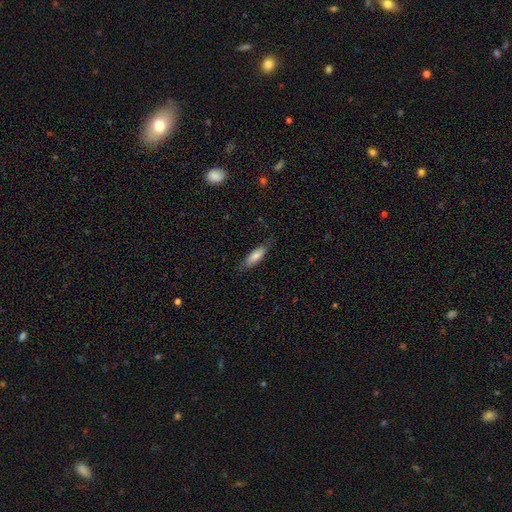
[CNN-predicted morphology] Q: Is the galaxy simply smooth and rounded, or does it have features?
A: smooth — 78%.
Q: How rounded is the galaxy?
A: in between — 50%.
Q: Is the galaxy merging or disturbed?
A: none — 79%.